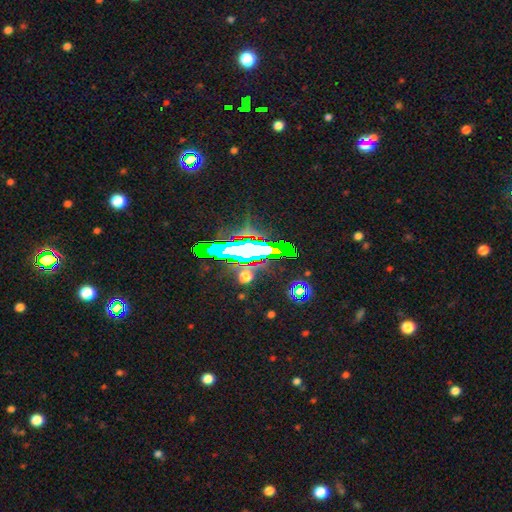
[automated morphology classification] type=star or artifact (54%).